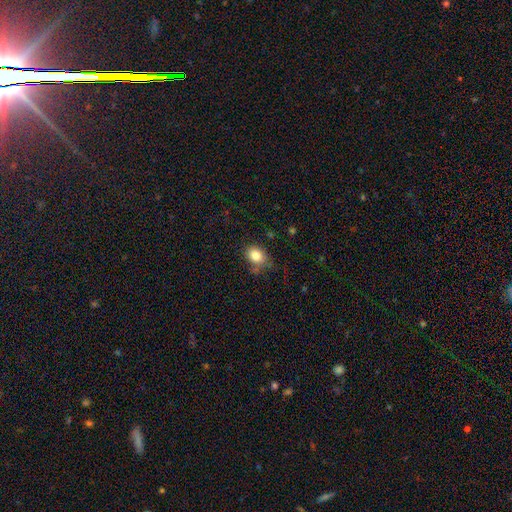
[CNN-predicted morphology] smooth_or_featured: smooth (p=0.83) [alt: star or artifact p=0.10]
how_rounded: in between (p=0.62) [alt: round p=0.37]
merging: none (p=0.68) [alt: minor disturbance p=0.21]